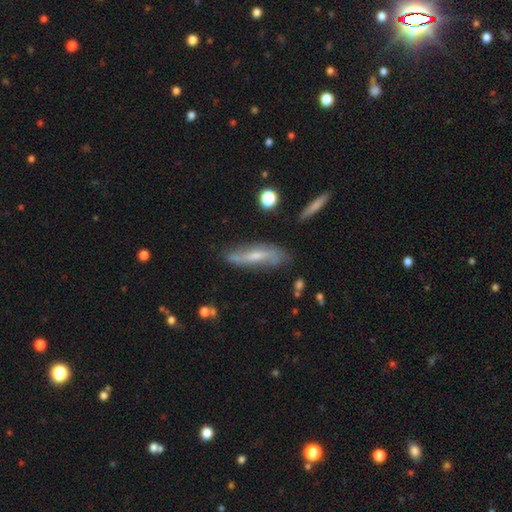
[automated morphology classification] Q: Smooth or featured?
A: featured or disk (56%); runner-up: smooth (36%)
Q: Edge-on disk?
A: no (53%); runner-up: yes (47%)
Q: Merging?
A: none (71%); runner-up: minor disturbance (21%)